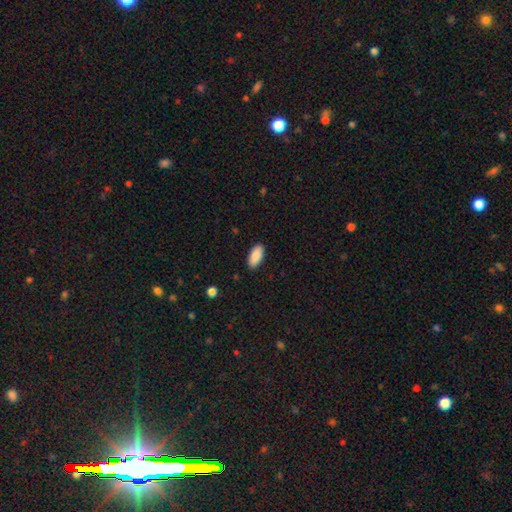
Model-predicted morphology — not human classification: This appears to be a smooth galaxy with no disk features (89%) that is in between round and cigar-shaped (91%). Merging: none (90%).